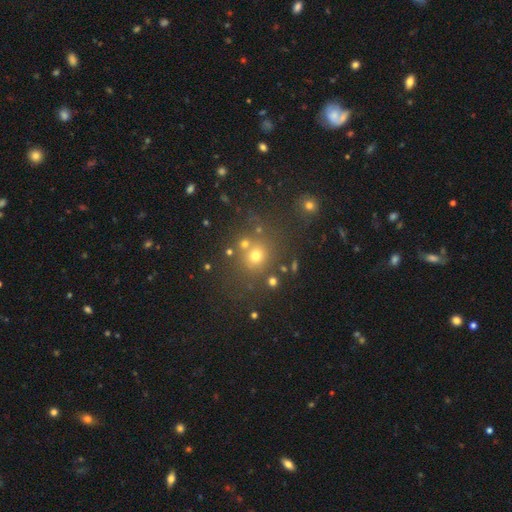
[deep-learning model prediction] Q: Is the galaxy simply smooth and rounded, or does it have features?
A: smooth — 67%.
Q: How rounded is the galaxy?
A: round — 82%.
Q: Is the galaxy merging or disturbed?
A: none — 71%.